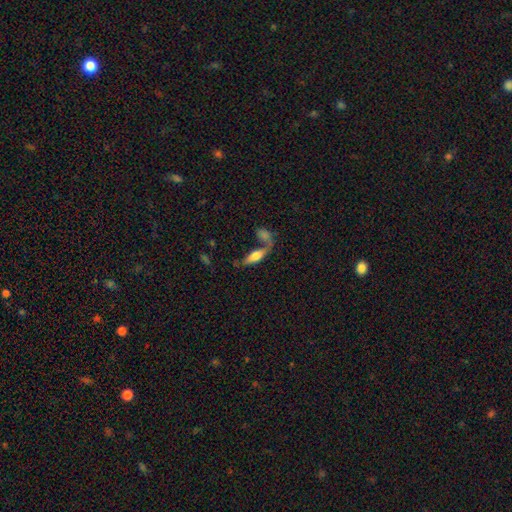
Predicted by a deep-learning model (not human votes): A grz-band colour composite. It shows a smooth galaxy with no disk features (58%) that is in between round and cigar-shaped (60%). Merging: merger (45%).